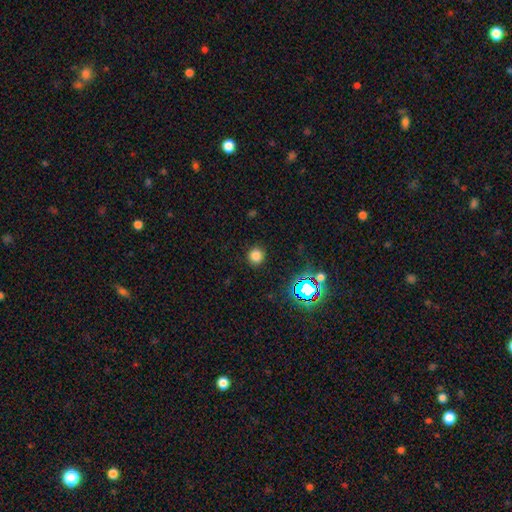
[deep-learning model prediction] Overall: smooth (77%). How rounded: round (94%). Merging: none (91%).